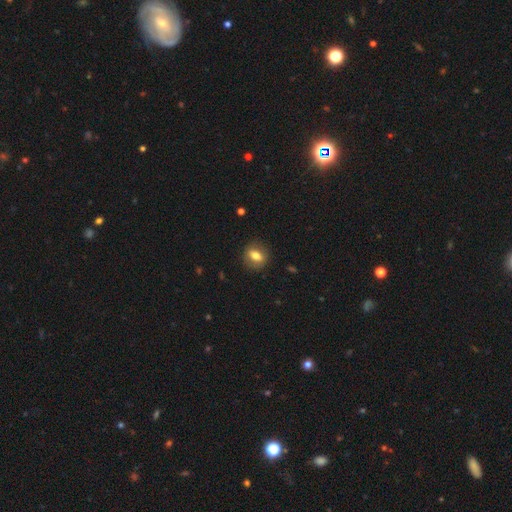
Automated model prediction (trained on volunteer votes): This is likely a smooth galaxy (68%). How rounded: possibly in between (51%). Merging: clearly none (85%).